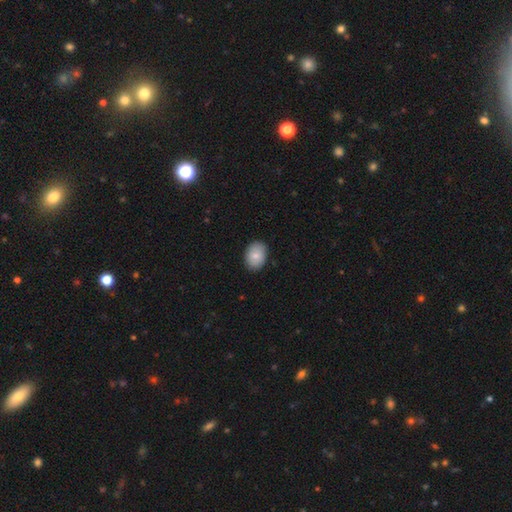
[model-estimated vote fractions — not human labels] Smooth or featured?
  - smooth: 78% *
  - featured or disk: 15%
  - star or artifact: 7%
How rounded?
  - in between: 72% *
  - round: 27%
  - cigar-shaped: 1%
Merging?
  - none: 85% *
  - minor disturbance: 12%
  - major disturbance: 2%
  - merger: 1%